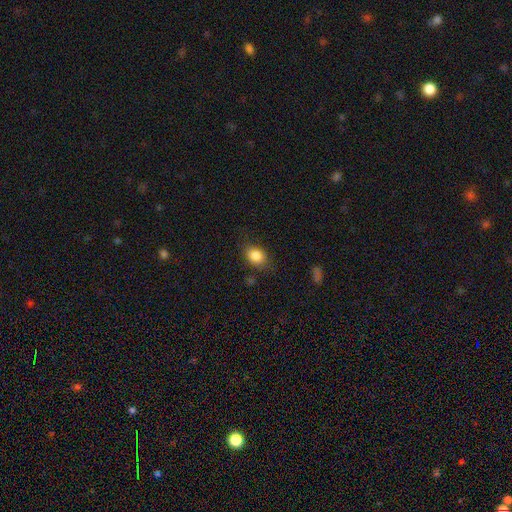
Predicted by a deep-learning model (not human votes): Q: Smooth or featured?
A: smooth (84%); runner-up: star or artifact (9%)
Q: How rounded?
A: in between (63%); runner-up: round (36%)
Q: Merging?
A: none (77%); runner-up: minor disturbance (16%)